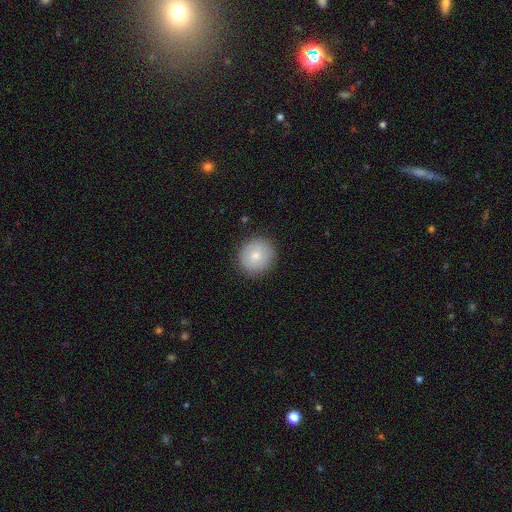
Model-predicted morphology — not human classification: The model was most divided on "smooth or featured": smooth: 78%, featured or disk: 14%, star or artifact: 8%. More confident: merging — none (88%); how rounded — round (85%).